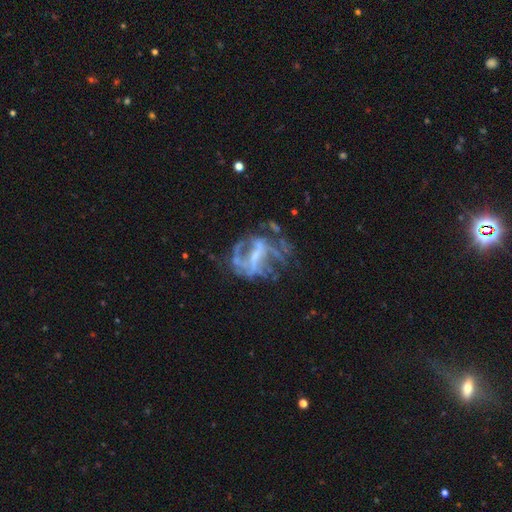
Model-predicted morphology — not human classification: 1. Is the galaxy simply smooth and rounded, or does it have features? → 75% featured or disk, 13% star or artifact, 11% smooth.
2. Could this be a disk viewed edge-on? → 96% no, 4% yes.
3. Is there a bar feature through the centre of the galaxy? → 34% weak, 33% no, 33% strong.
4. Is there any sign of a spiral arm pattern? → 51% yes, 49% no.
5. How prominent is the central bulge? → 43% none, 31% small, 21% moderate, 3% large, 1% dominant.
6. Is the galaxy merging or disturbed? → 40% none, 36% major disturbance, 17% minor disturbance, 7% merger.